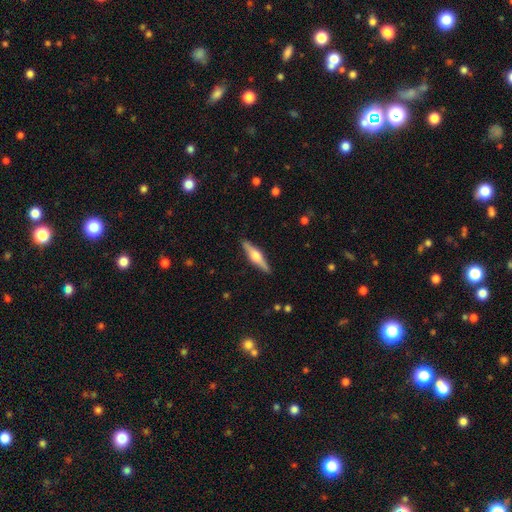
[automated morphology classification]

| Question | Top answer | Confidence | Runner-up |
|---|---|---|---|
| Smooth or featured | featured or disk | 67% | smooth (27%) |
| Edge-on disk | yes | 97% | no (3%) |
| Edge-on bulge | rounded | 92% | boxy (6%) |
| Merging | none | 90% | minor disturbance (7%) |